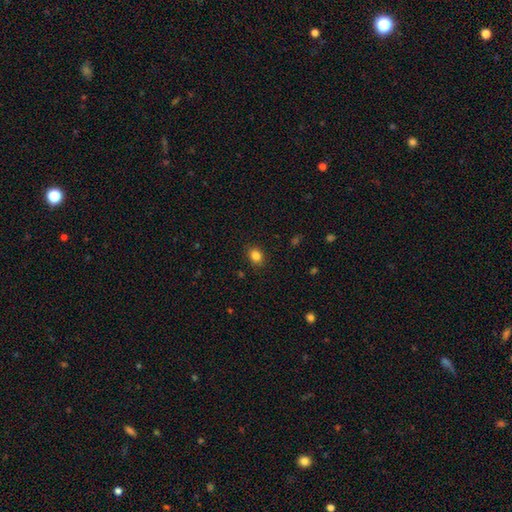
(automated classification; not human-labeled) This appears to be a smooth galaxy with no disk features (84%) that is round (53%). Merging: none (88%).